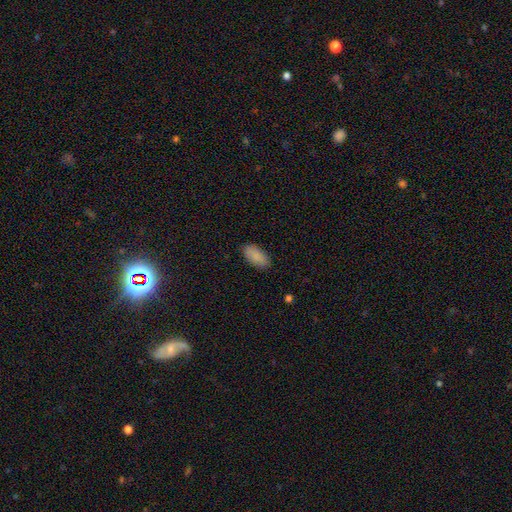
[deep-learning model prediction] Q: Smooth or featured?
A: smooth (88%); runner-up: star or artifact (7%)
Q: How rounded?
A: in between (93%); runner-up: cigar-shaped (5%)
Q: Merging?
A: none (86%); runner-up: minor disturbance (11%)